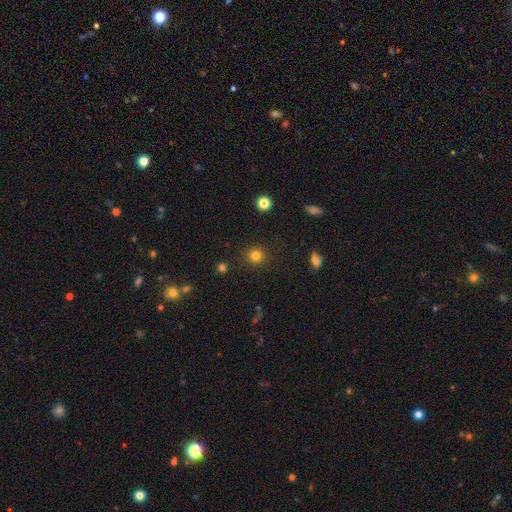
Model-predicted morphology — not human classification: Smooth or featured? smooth (81%)
How rounded? round (91%)
Merging? none (90%)